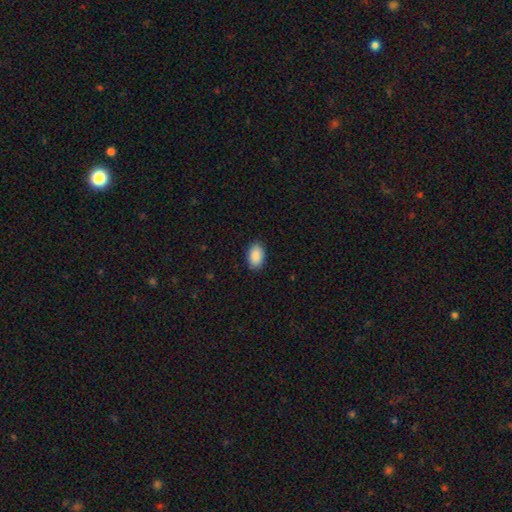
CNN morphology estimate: Overall: smooth (91%). How rounded: in between (91%). Merging: none (89%).